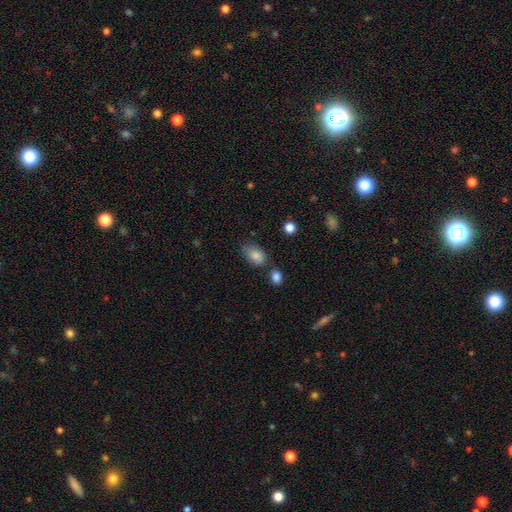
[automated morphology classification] smooth-or-featured: smooth: 82% | star or artifact: 9% | featured or disk: 8%
  how-rounded: in between: 88% | round: 10% | cigar-shaped: 2%
  merging: none: 65% | minor disturbance: 21% | merger: 8% | major disturbance: 5%